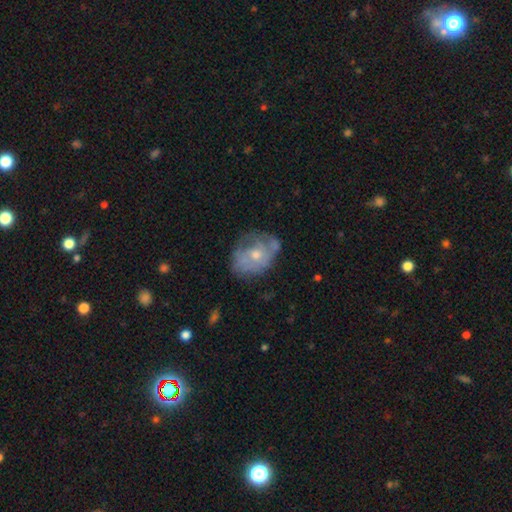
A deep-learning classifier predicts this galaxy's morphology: smooth-or-featured: featured or disk: 57% | smooth: 36% | star or artifact: 8%
  disk-edge-on: no: 96% | yes: 4%
    bar: no: 85% | weak: 13% | strong: 2%
    has-spiral-arms: no: 56% | yes: 44%
    bulge-size: moderate: 54% | small: 41% | large: 2% | none: 2% | dominant: 1%
  merging: none: 52% | minor disturbance: 29% | major disturbance: 15% | merger: 4%